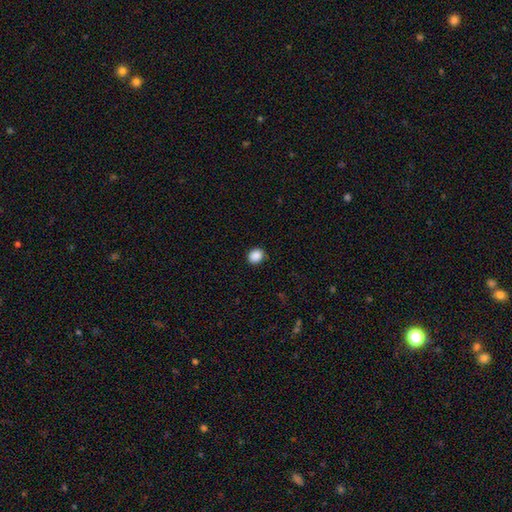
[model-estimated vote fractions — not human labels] smooth-or-featured: smooth: 89% | star or artifact: 9% | featured or disk: 2%
  how-rounded: round: 68% | in between: 31% | cigar-shaped: 1%
  merging: none: 88% | minor disturbance: 9% | major disturbance: 2% | merger: 1%